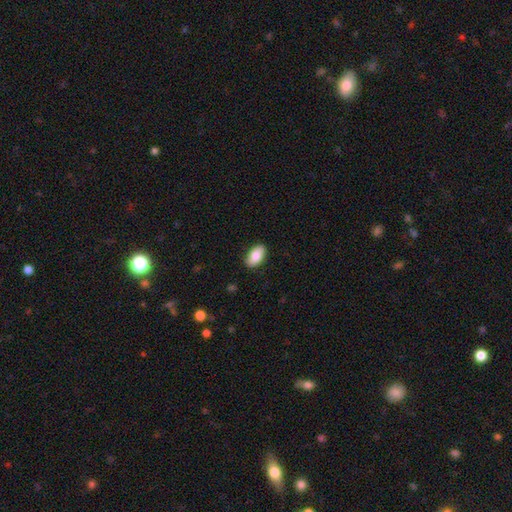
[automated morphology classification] Q: Smooth or featured?
A: smooth (81%); runner-up: featured or disk (13%)
Q: How rounded?
A: in between (93%); runner-up: round (4%)
Q: Merging?
A: none (85%); runner-up: minor disturbance (11%)